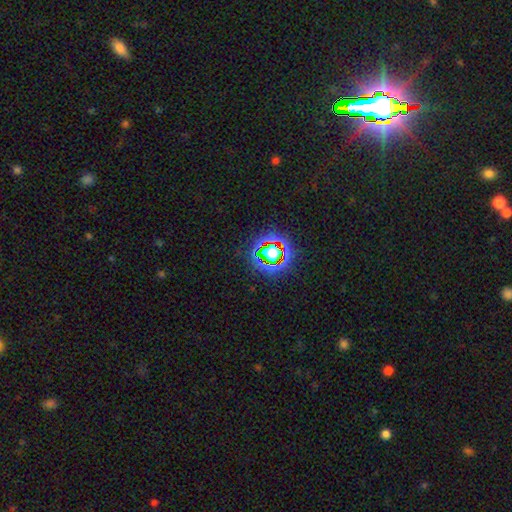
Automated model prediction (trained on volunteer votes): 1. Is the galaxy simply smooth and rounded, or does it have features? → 79% star or artifact, 11% smooth, 9% featured or disk.